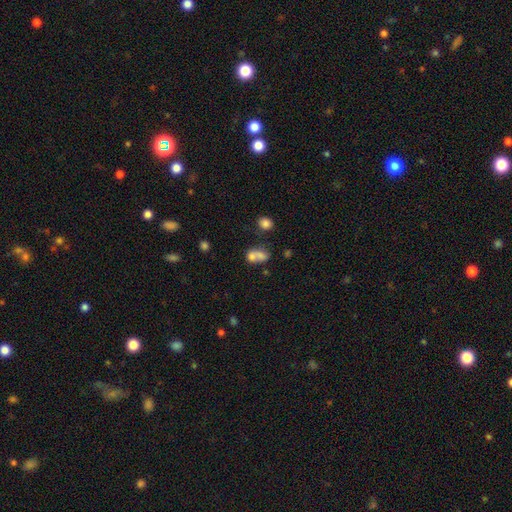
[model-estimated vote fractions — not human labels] A smooth galaxy with no disk features (72%) that is in between round and cigar-shaped (59%).

Vote fractions:
- Smooth or featured? smooth: 72% / featured or disk: 17% / star or artifact: 12%
- How rounded? in between: 59% / round: 39% / cigar-shaped: 2%
- Merging? merger: 60% / none: 23% / minor disturbance: 9% / major disturbance: 7%